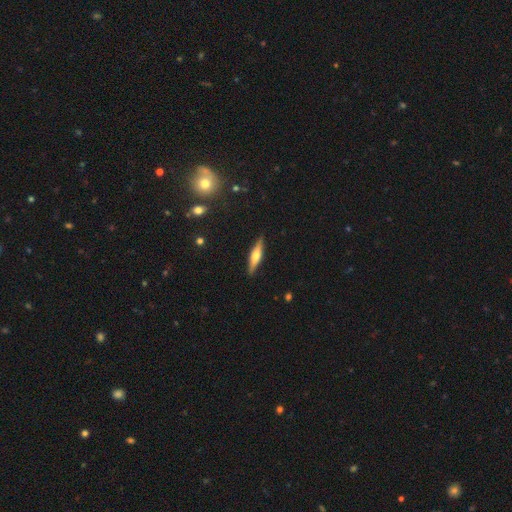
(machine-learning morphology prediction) Smooth or featured: featured or disk — 53% (smooth — 41%)
Edge-on disk: yes — 94% (no — 6%)
Merging: none — 89% (minor disturbance — 8%)